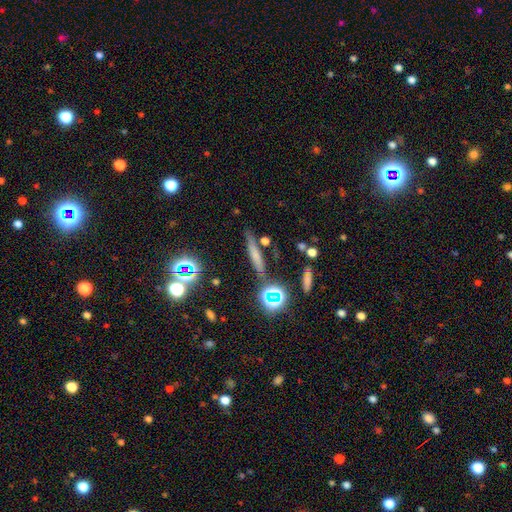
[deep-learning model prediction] This is possibly a smooth galaxy (55%). How rounded: clearly cigar-shaped (83%). Merging: likely none (77%).